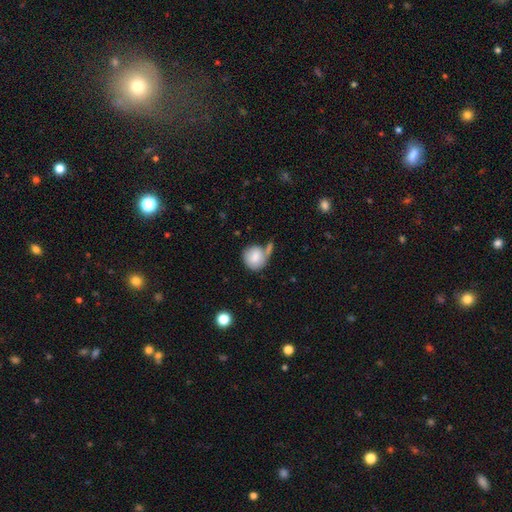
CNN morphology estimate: smooth-or-featured: smooth: 79% | featured or disk: 14% | star or artifact: 7%
  how-rounded: round: 86% | in between: 13% | cigar-shaped: 1%
  merging: none: 47% | merger: 22% | minor disturbance: 20% | major disturbance: 10%